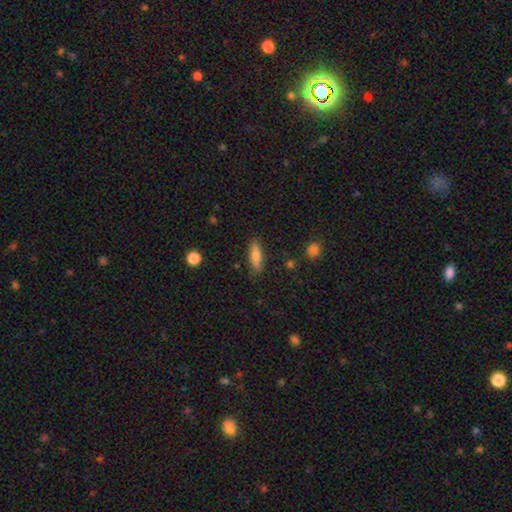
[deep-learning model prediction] smooth 73%, featured or disk 20%, star or artifact 7%. Down the decision tree: how rounded — cigar-shaped (61%); merging — none (84%).